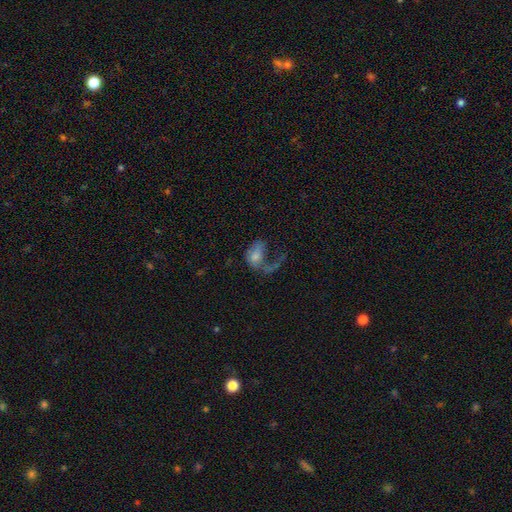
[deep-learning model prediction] Smooth or featured?
  - smooth: 51% *
  - featured or disk: 38%
  - star or artifact: 11%
How rounded?
  - in between: 84% *
  - round: 14%
  - cigar-shaped: 2%
Merging?
  - major disturbance: 61% *
  - none: 17%
  - minor disturbance: 13%
  - merger: 9%